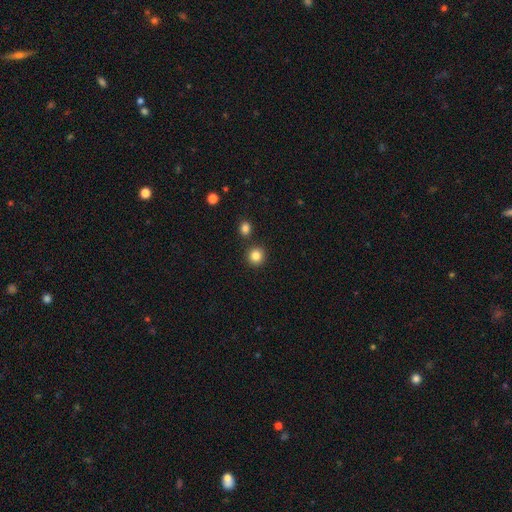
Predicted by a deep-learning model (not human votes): Smooth or featured? smooth (85%)
How rounded? round (93%)
Merging? none (87%)